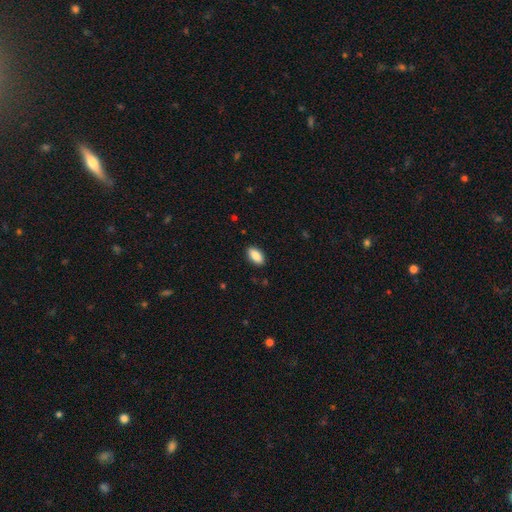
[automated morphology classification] Smooth or featured: smooth — 87% (star or artifact — 6%)
How rounded: in between — 91% (cigar-shaped — 7%)
Merging: none — 89% (minor disturbance — 8%)